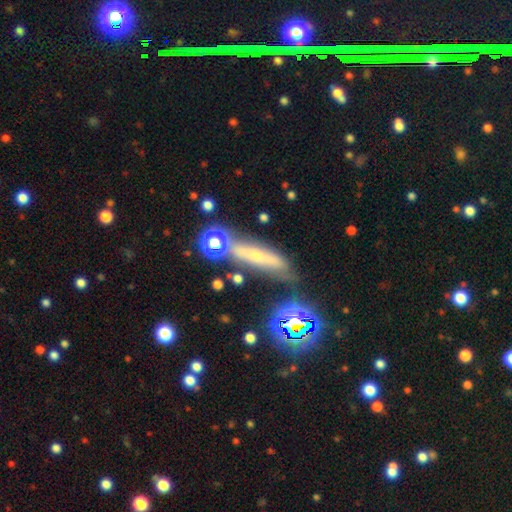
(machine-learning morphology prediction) Smooth or featured: featured or disk — 43% (smooth — 34%)
Merging: none — 62% (minor disturbance — 18%)